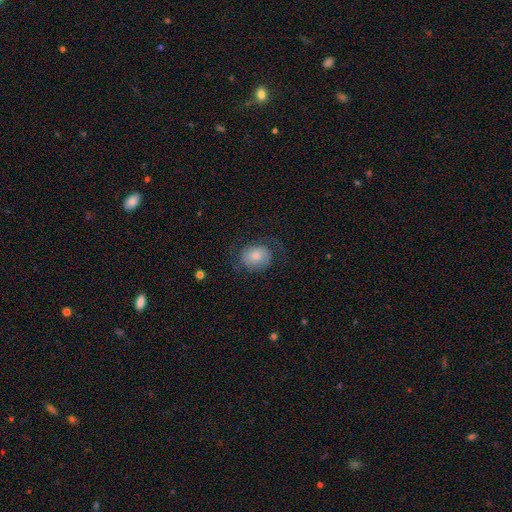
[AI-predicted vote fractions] This is possibly a smooth galaxy (52%). How rounded: possibly round (59%). Merging: likely none (62%).